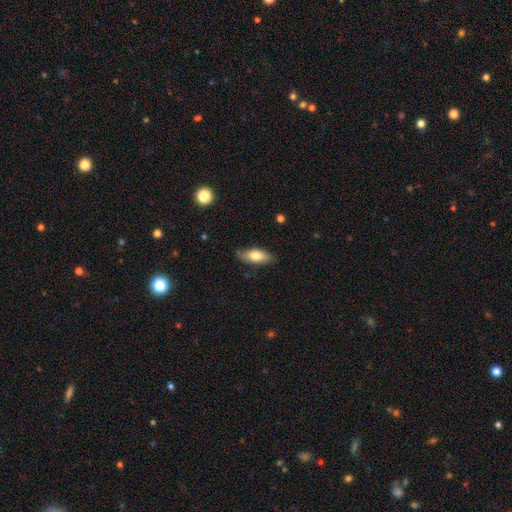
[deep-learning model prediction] A smooth galaxy with no disk features (75%) that is in between round and cigar-shaped (79%).

Vote fractions:
- Smooth or featured? smooth: 75% / featured or disk: 18% / star or artifact: 6%
- How rounded? in between: 79% / cigar-shaped: 19% / round: 3%
- Merging? none: 81% / minor disturbance: 15% / major disturbance: 3% / merger: 1%